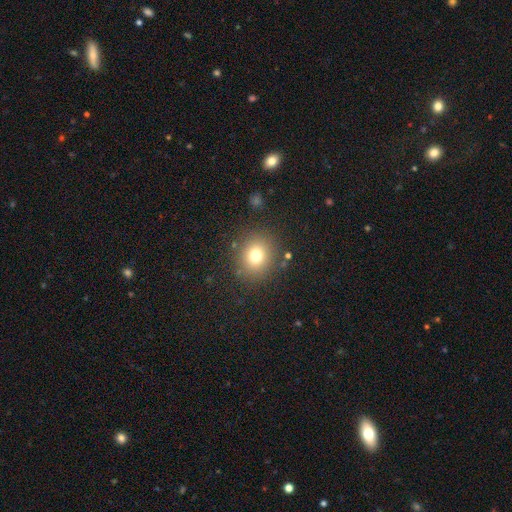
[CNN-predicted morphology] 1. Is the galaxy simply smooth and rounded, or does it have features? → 76% smooth, 14% star or artifact, 10% featured or disk.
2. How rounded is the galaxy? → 78% round, 21% in between, 1% cigar-shaped.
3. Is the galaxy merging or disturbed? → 85% none, 9% minor disturbance, 4% major disturbance, 2% merger.